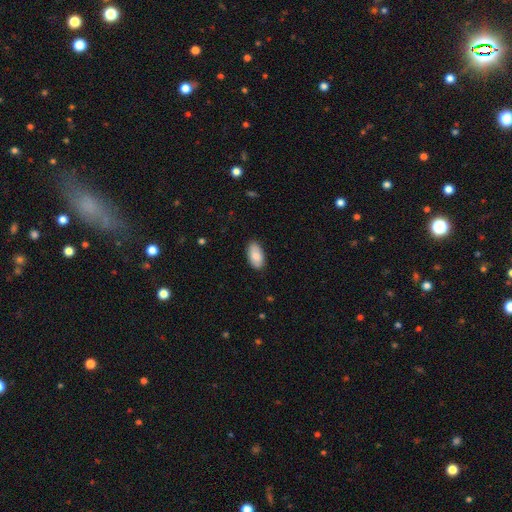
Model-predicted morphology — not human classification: Smooth or featured: smooth — 86% (featured or disk — 8%)
How rounded: in between — 95% (cigar-shaped — 3%)
Merging: none — 86% (minor disturbance — 11%)